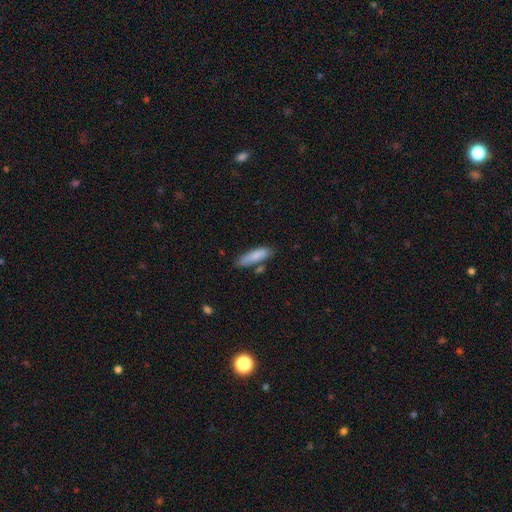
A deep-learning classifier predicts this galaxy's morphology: Smooth or featured? Predicted: smooth (p=0.85). How rounded? Predicted: cigar-shaped (p=0.57). Merging? Predicted: none (p=0.70).